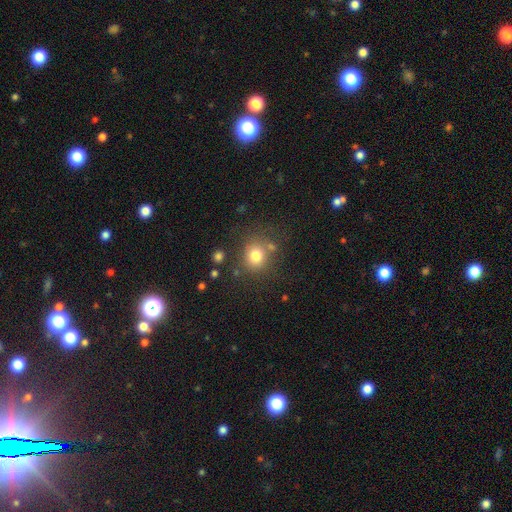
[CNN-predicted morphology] smooth_or_featured: smooth (p=0.78) [alt: star or artifact p=0.13]
how_rounded: round (p=0.84) [alt: in between p=0.15]
merging: none (p=0.73) [alt: minor disturbance p=0.12]